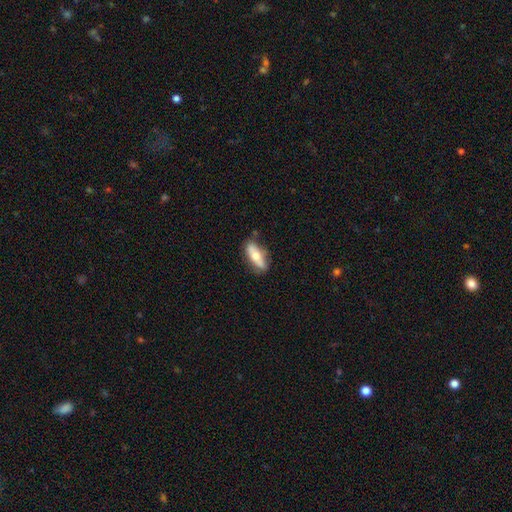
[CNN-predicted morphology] type=smooth (59%); roundness=in between (63%); merging=none (75%).